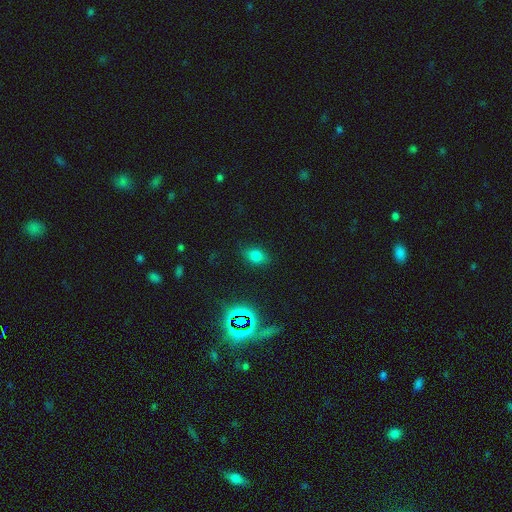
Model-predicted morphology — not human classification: This appears to be a smooth galaxy with no disk features (73%) that is in between round and cigar-shaped (73%). Merging: none (81%).